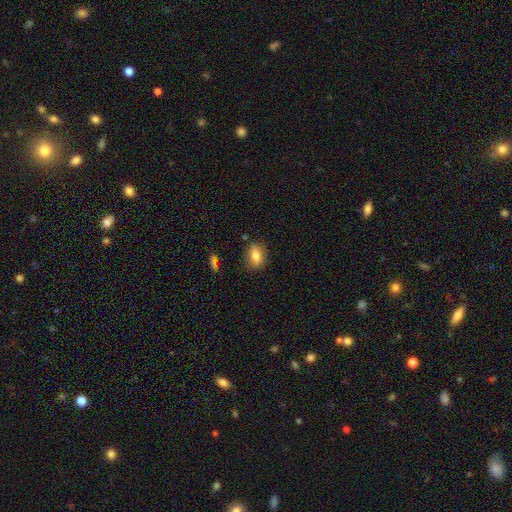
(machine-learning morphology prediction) smooth_or_featured: smooth (p=0.75) [alt: featured or disk p=0.16]
how_rounded: in between (p=0.73) [alt: round p=0.21]
merging: none (p=0.81) [alt: minor disturbance p=0.13]